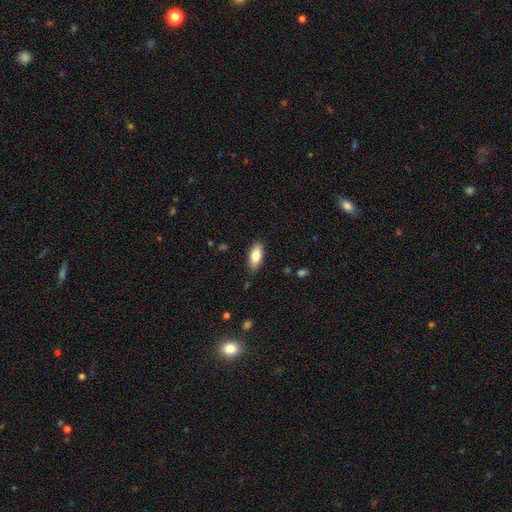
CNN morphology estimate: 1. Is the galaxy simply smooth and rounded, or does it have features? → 81% smooth, 13% featured or disk, 6% star or artifact.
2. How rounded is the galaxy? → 83% in between, 15% cigar-shaped, 2% round.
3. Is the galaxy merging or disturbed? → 86% none, 10% minor disturbance, 2% major disturbance, 1% merger.